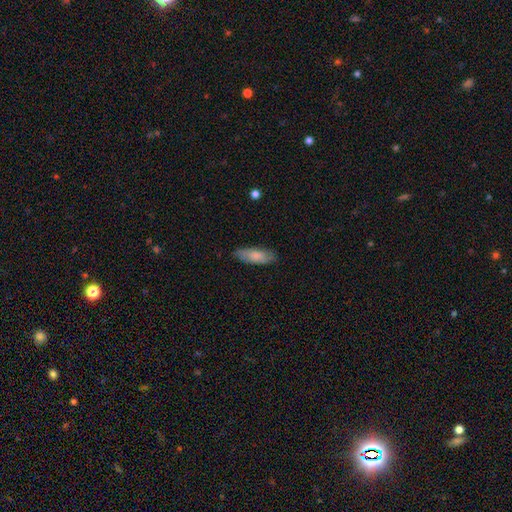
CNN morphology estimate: A smooth galaxy with no disk features (80%) that is in between round and cigar-shaped (64%).

Vote fractions:
- Smooth or featured? smooth: 80% / featured or disk: 14% / star or artifact: 6%
- How rounded? in between: 64% / cigar-shaped: 34% / round: 2%
- Merging? none: 84% / minor disturbance: 13% / major disturbance: 2% / merger: 1%